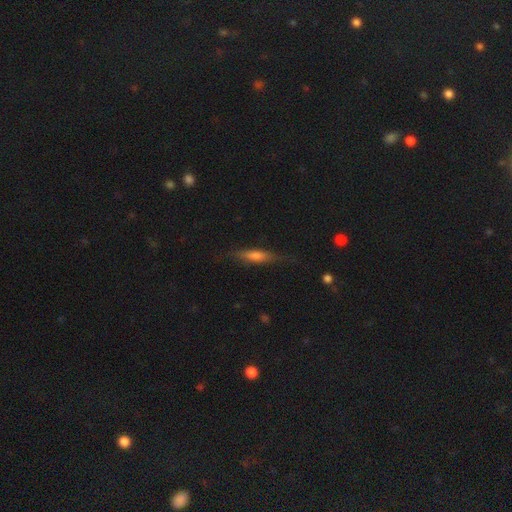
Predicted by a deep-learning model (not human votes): smooth_or_featured: smooth (p=0.49) [alt: featured or disk p=0.43]
merging: none (p=0.78) [alt: minor disturbance p=0.16]